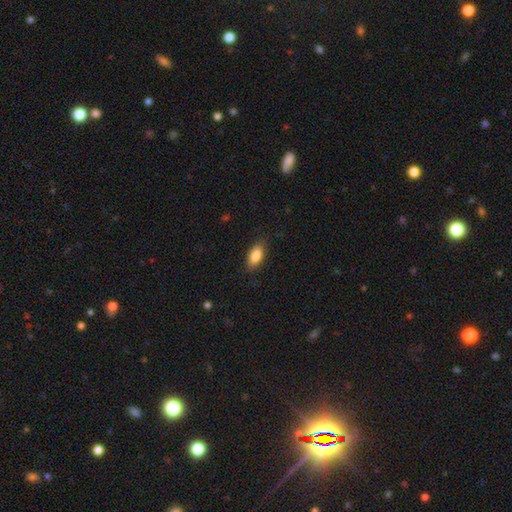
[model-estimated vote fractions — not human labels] Morphology: type=smooth (85%); roundness=in between (87%); merging=none (84%).